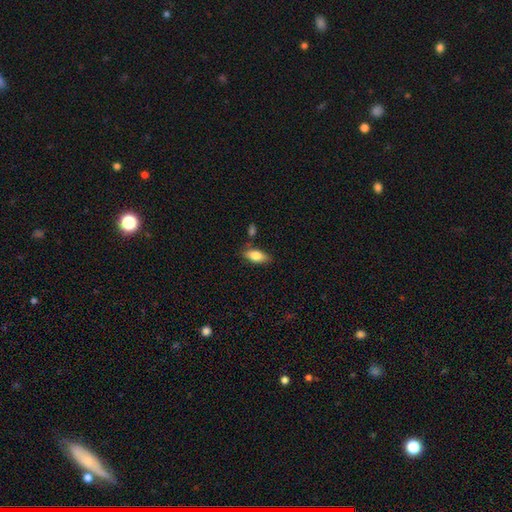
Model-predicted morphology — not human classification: Smooth or featured? smooth (80%)
How rounded? in between (83%)
Merging? none (77%)